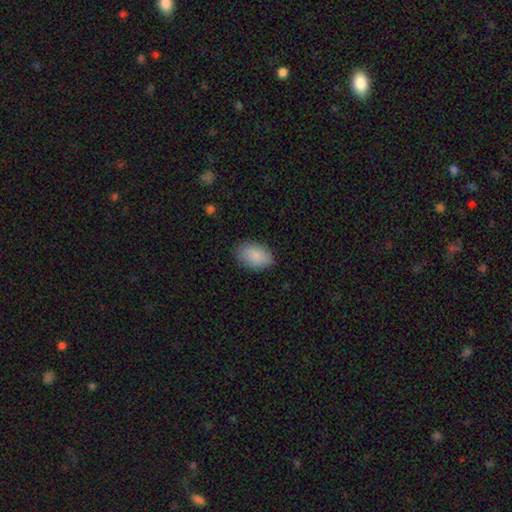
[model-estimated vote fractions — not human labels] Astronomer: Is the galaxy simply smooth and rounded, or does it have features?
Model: smooth — 87%.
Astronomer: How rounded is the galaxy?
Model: in between — 89%.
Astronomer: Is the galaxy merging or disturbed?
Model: none — 84%.